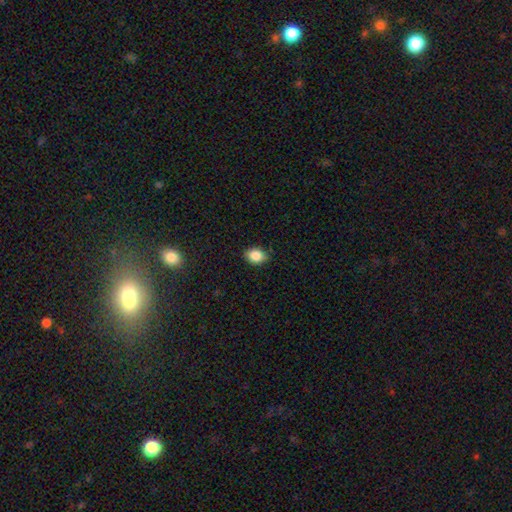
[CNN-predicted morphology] Smooth or featured?
  - smooth: 86% *
  - star or artifact: 9%
  - featured or disk: 5%
How rounded?
  - in between: 67% *
  - round: 32%
  - cigar-shaped: 1%
Merging?
  - none: 83% *
  - minor disturbance: 13%
  - major disturbance: 2%
  - merger: 1%